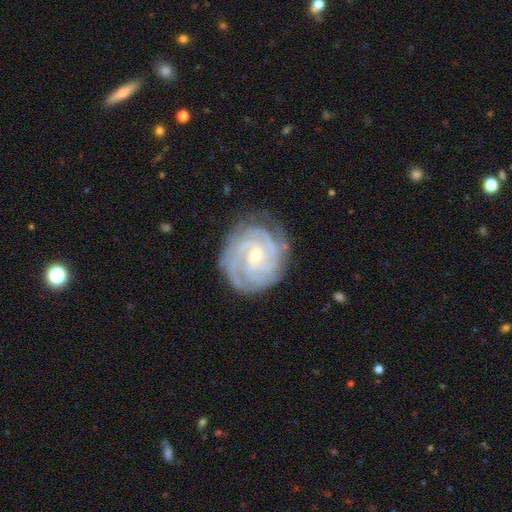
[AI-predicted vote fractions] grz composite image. It shows a featured or disk galaxy (90%) with no bar (60%), 3 (29%) tight (80%) spiral arms (98%) and a small central bulge (60%). Merging: none (80%).